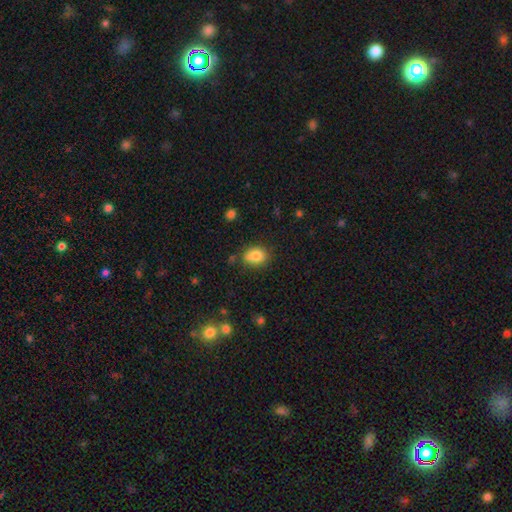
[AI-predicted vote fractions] Smooth or featured: smooth — 80% (star or artifact — 10%)
How rounded: in between — 53% (round — 45%)
Merging: none — 64% (minor disturbance — 20%)